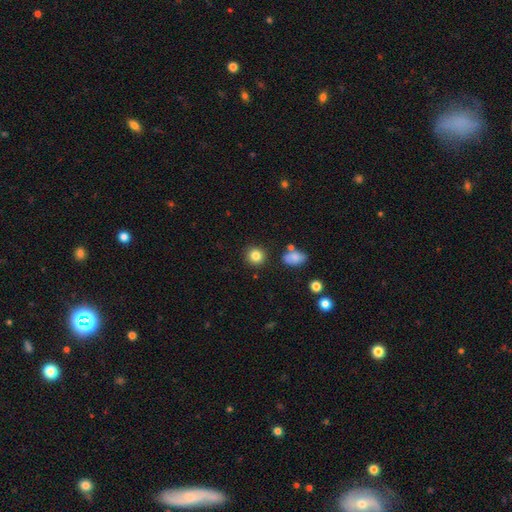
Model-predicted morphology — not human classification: Overall: smooth (84%). How rounded: round (90%). Merging: none (88%).